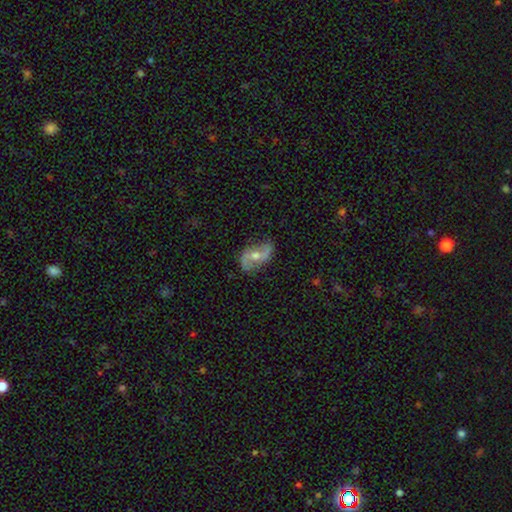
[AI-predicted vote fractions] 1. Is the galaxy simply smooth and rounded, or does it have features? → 75% featured or disk, 18% smooth, 7% star or artifact.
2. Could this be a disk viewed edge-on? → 95% no, 5% yes.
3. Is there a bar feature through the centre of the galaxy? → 49% no, 34% weak, 17% strong.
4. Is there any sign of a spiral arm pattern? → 89% yes, 11% no.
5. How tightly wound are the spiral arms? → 70% loose, 22% medium, 8% tight.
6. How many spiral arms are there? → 91% 2, 3% can't tell, 2% 1, 1% 3, 1% 4, 1% more than 4.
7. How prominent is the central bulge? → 68% moderate, 25% small, 4% large, 2% none, 1% dominant.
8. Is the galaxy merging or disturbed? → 76% none, 16% minor disturbance, 6% major disturbance, 2% merger.